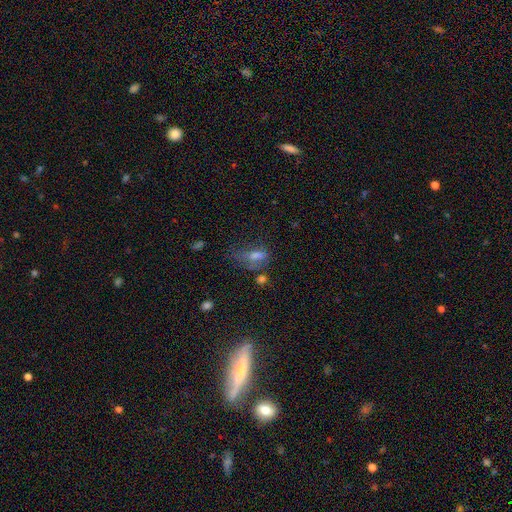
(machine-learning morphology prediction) This appears to be a smooth galaxy with no disk features (50%). Merging: none (37%).